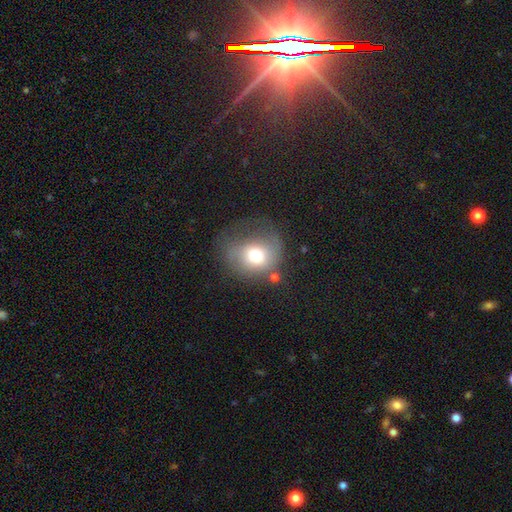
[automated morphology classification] Smooth or featured? Predicted: smooth (p=0.65). How rounded? Predicted: round (p=0.72). Merging? Predicted: none (p=0.42).